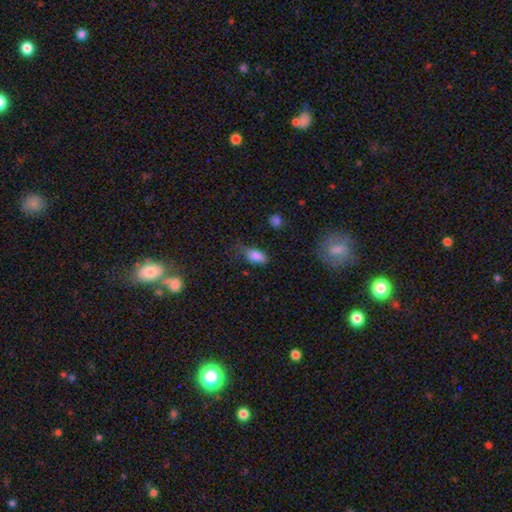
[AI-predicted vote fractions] Overall: smooth (83%). How rounded: in between (87%). Merging: none (50%; minor disturbance 34%).